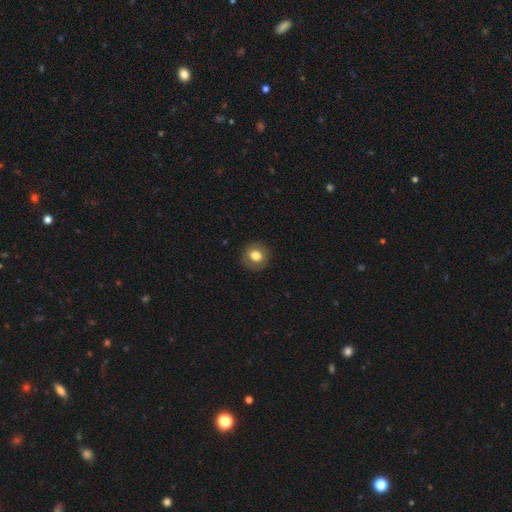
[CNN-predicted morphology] smooth 77%, featured or disk 15%, star or artifact 9%. Down the decision tree: how rounded — round (88%); merging — none (90%).